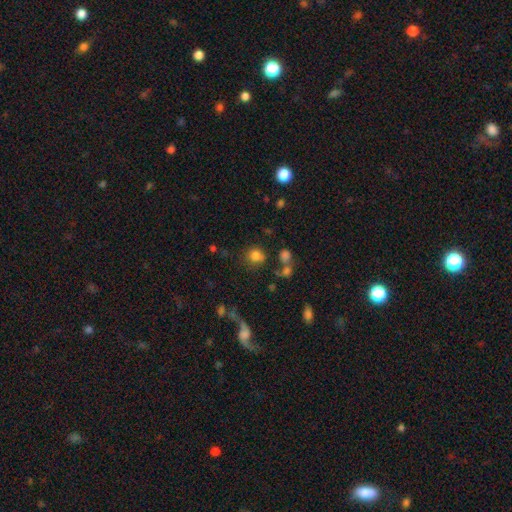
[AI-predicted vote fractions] Smooth or featured? Predicted: smooth (p=0.79). How rounded? Predicted: round (p=0.83). Merging? Predicted: none (p=0.70).